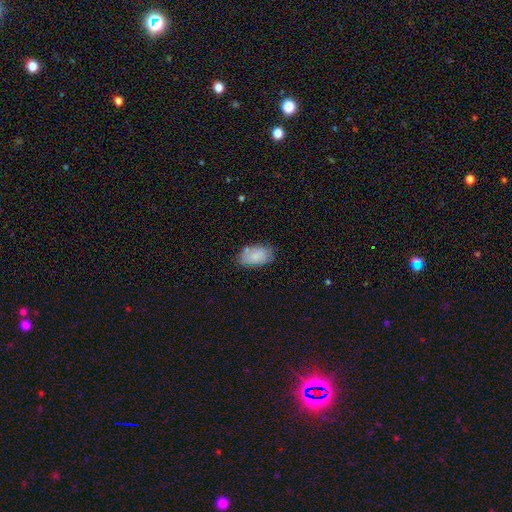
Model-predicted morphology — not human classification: The model was most divided on "merging": none: 73%, minor disturbance: 19%, major disturbance: 4%, merger: 4%. More confident: how rounded — in between (94%); smooth or featured — smooth (81%).